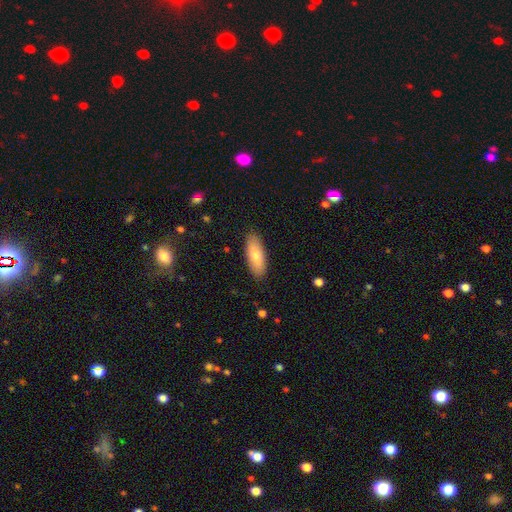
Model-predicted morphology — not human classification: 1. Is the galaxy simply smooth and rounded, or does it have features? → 75% smooth, 19% featured or disk, 6% star or artifact.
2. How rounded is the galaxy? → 73% in between, 25% cigar-shaped, 2% round.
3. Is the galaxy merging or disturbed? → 87% none, 10% minor disturbance, 2% major disturbance, 1% merger.